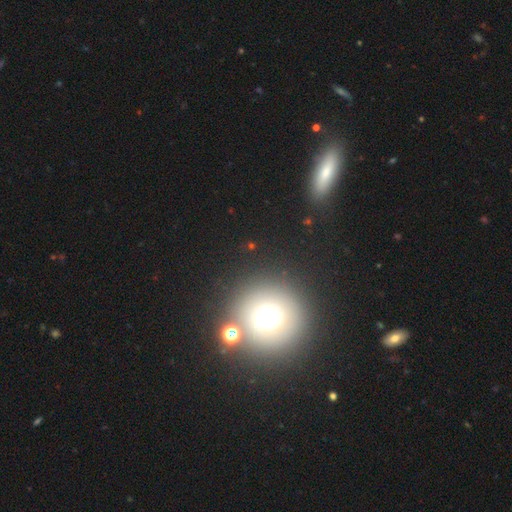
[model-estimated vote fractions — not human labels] Morphology: type=smooth (56%); roundness=round (91%); merging=none (80%).